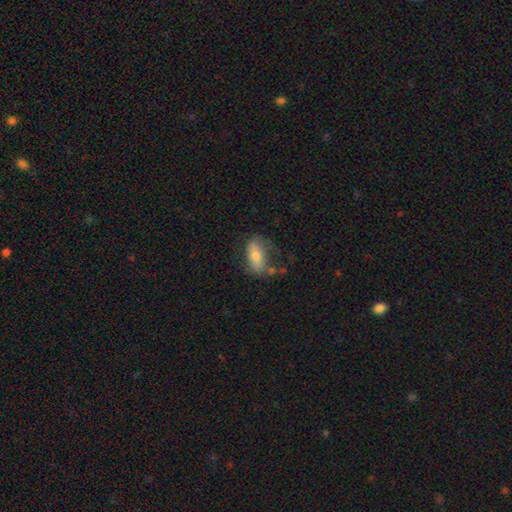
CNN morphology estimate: smooth-or-featured: smooth: 62% | featured or disk: 30% | star or artifact: 8%
  how-rounded: in between: 83% | cigar-shaped: 12% | round: 5%
  merging: none: 53% | minor disturbance: 26% | major disturbance: 15% | merger: 6%